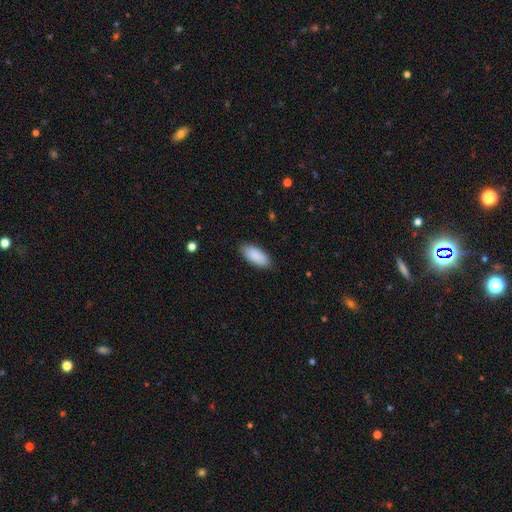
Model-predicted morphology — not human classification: smooth_or_featured: smooth (p=0.90) [alt: star or artifact p=0.06]
how_rounded: in between (p=0.88) [alt: cigar-shaped p=0.10]
merging: none (p=0.86) [alt: minor disturbance p=0.11]